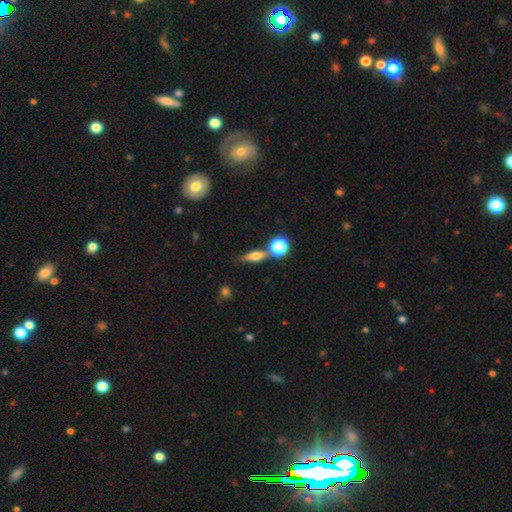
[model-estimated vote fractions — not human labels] The model was most divided on "how rounded": cigar-shaped: 42%, in between: 39%, round: 19%. More confident: merging — none (66%); smooth or featured — smooth (50%).